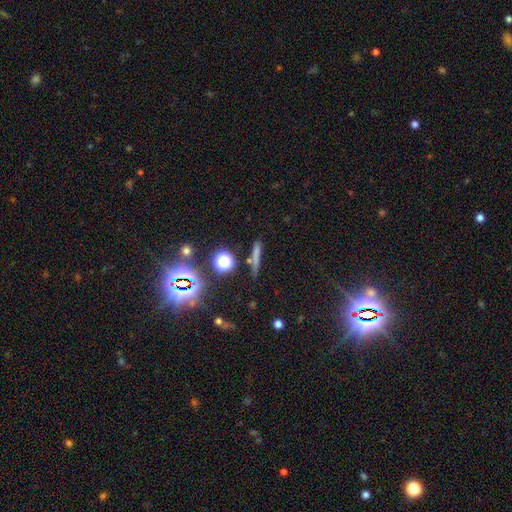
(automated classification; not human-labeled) This appears to be a smooth galaxy with no disk features (60%) that is cigar-shaped (83%). Merging: none (76%).